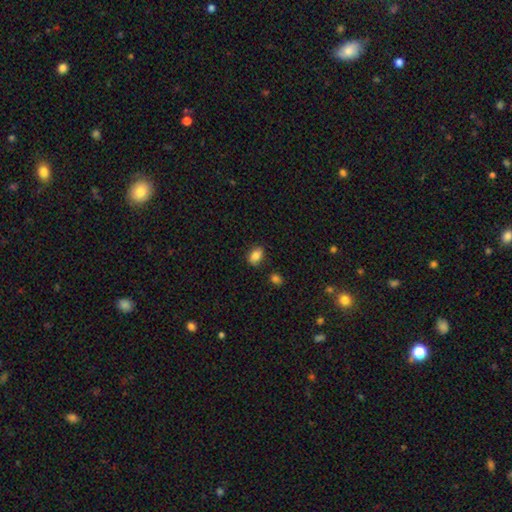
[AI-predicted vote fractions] Smooth or featured? smooth (85%)
How rounded? in between (83%)
Merging? none (81%)